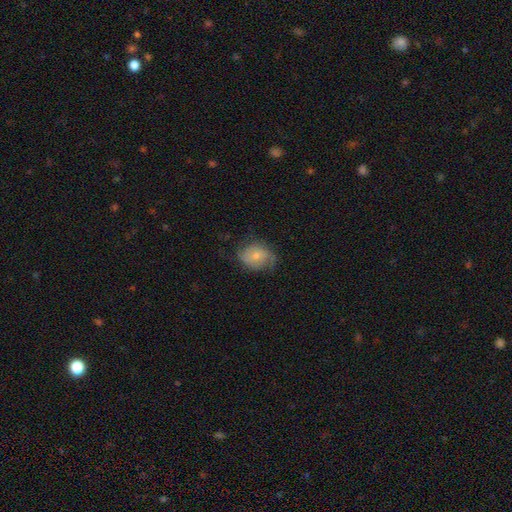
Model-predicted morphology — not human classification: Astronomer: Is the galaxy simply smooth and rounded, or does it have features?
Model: smooth — 53% (runner-up: featured or disk, 39%).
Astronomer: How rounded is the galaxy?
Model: round — 53% (runner-up: in between, 46%).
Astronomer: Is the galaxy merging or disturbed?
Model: none — 57%.